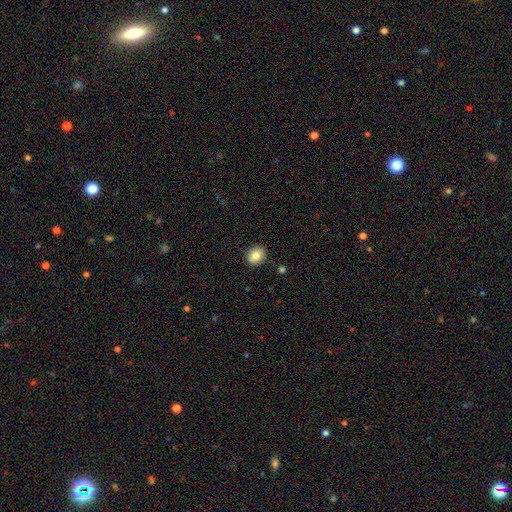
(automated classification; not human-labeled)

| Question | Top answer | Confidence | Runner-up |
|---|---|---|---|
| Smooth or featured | smooth | 83% | star or artifact (9%) |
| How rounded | round | 76% | in between (23%) |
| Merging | none | 89% | minor disturbance (8%) |